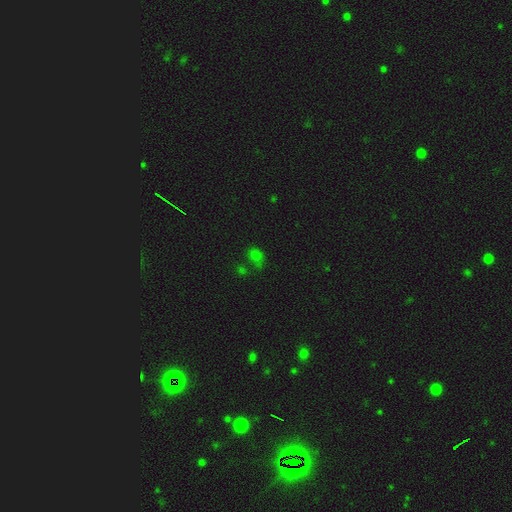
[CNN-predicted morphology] A smooth galaxy with no disk features (58%) that is in between round and cigar-shaped (65%). Merging: none (48%).